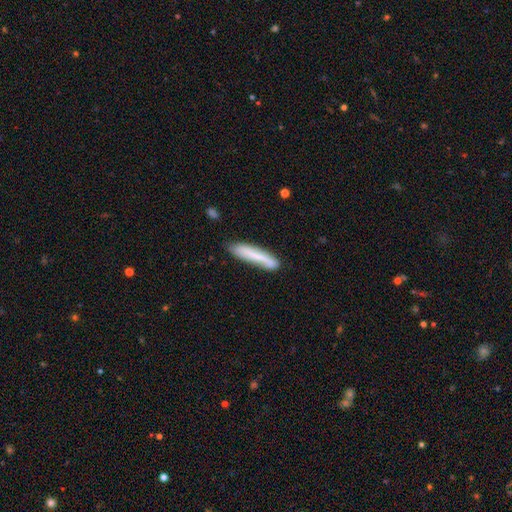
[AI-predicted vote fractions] This is likely a smooth galaxy (66%). How rounded: clearly cigar-shaped (89%). Merging: likely none (73%).